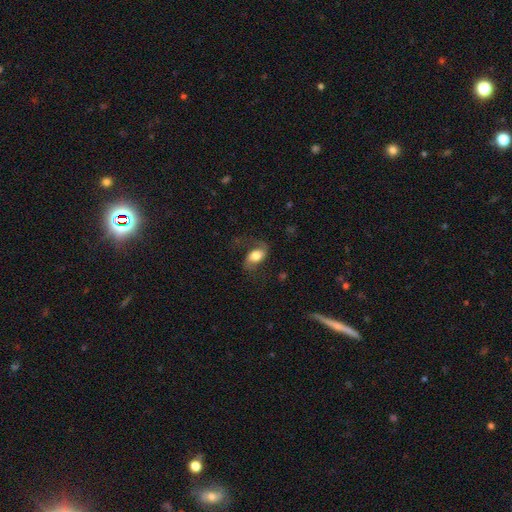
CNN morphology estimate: This is possibly a smooth galaxy (52%). How rounded: clearly in between (87%). Merging: possibly none (57%).